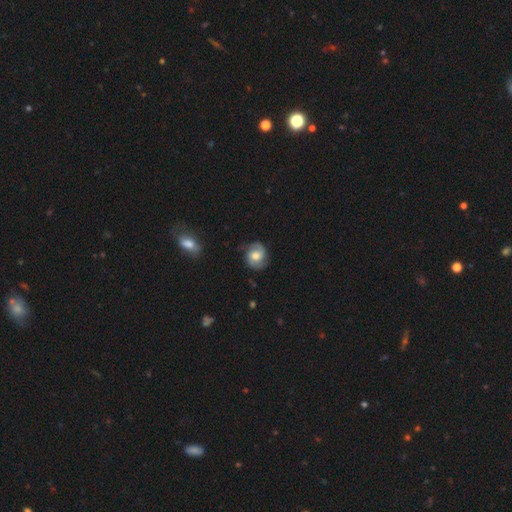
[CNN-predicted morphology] Smooth or featured: featured or disk — 57% (smooth — 36%)
Edge-on disk: no — 97% (yes — 3%)
Bar: no — 58% (weak — 34%)
Spiral arms: yes — 88% (no — 12%)
Bulge size: moderate — 68% (large — 15%)
Merging: none — 75% (minor disturbance — 18%)